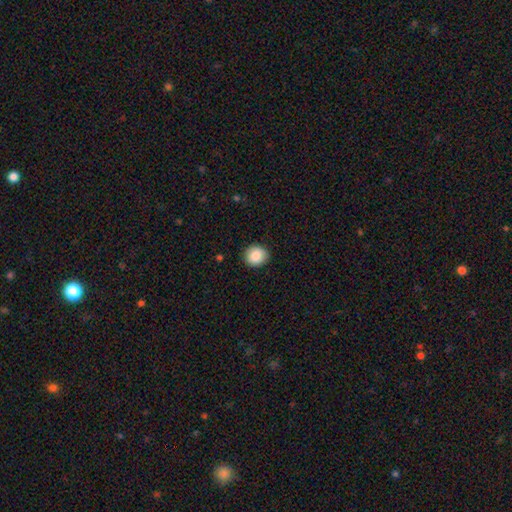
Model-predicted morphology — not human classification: The model was most divided on "how rounded": round: 83%, in between: 16%, cigar-shaped: 1%. More confident: merging — none (89%); smooth or featured — smooth (87%).